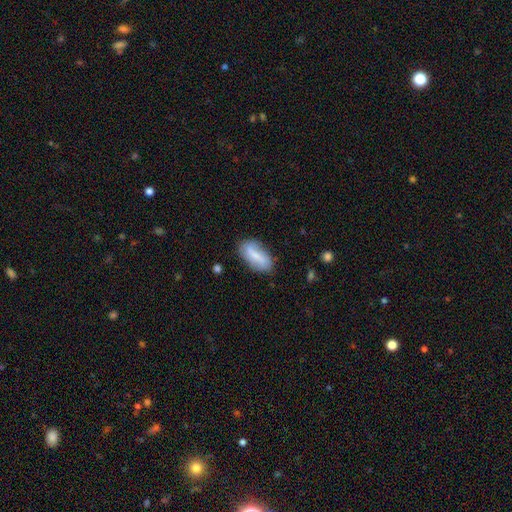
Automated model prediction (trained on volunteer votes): smooth 64%, featured or disk 29%, star or artifact 7%. Down the decision tree: how rounded — in between (86%); merging — none (73%).